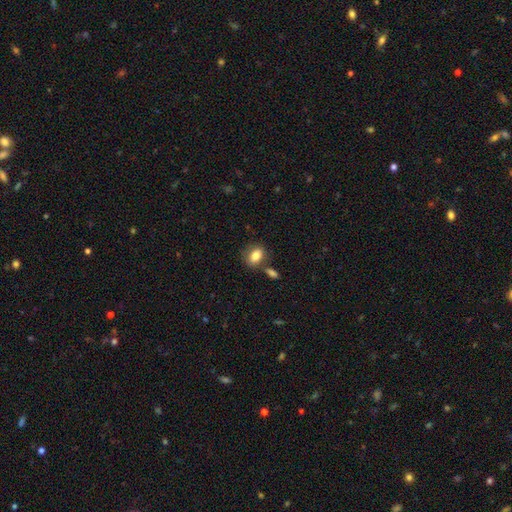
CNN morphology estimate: A smooth galaxy with no disk features (82%) that is in between round and cigar-shaped (77%).

Vote fractions:
- Smooth or featured? smooth: 82% / featured or disk: 10% / star or artifact: 8%
- How rounded? in between: 77% / round: 21% / cigar-shaped: 2%
- Merging? none: 67% / merger: 15% / minor disturbance: 14% / major disturbance: 4%